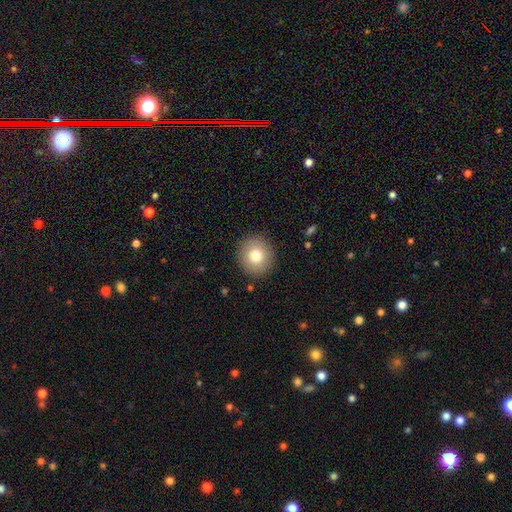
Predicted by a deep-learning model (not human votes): Smooth or featured? Predicted: smooth (p=0.78). How rounded? Predicted: round (p=0.90). Merging? Predicted: none (p=0.90).